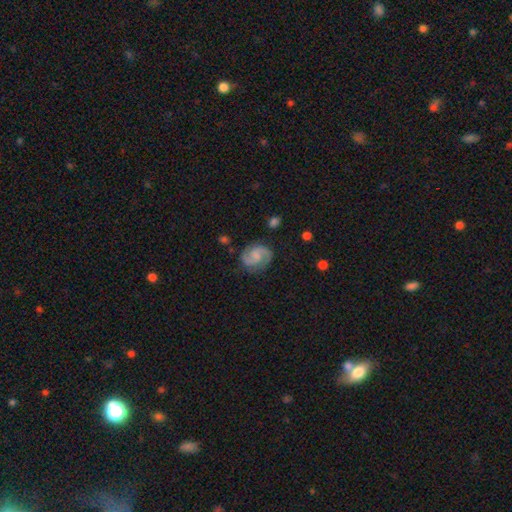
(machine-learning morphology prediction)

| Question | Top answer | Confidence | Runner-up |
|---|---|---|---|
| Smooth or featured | featured or disk | 77% | smooth (17%) |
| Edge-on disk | no | 98% | yes (2%) |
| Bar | weak | 47% | no (44%) |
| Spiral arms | yes | 96% | no (4%) |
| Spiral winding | medium | 52% | loose (29%) |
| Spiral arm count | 2 | 91% | can't tell (4%) |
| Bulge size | none | 42% | small (32%) |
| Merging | none | 78% | minor disturbance (15%) |